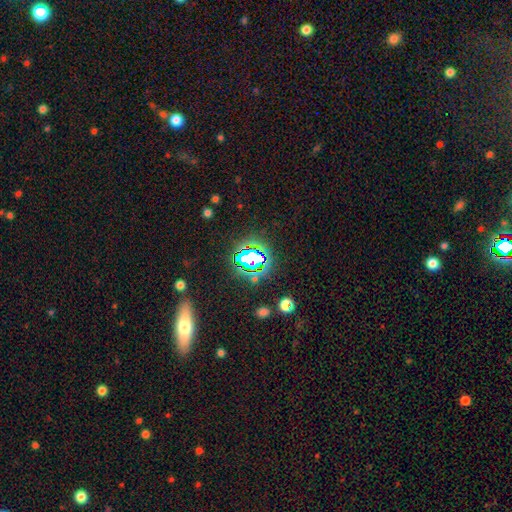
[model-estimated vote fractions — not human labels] star or artifact 67%, smooth 21%, featured or disk 12%.